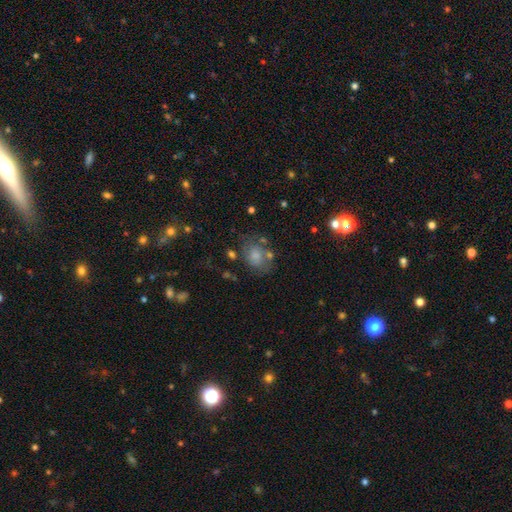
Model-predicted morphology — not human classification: type=smooth (65%); roundness=in between (54%); merging=none (51%).